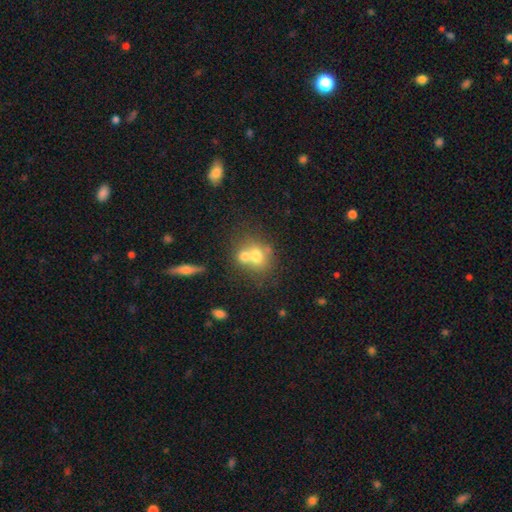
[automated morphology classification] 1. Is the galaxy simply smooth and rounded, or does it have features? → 66% smooth, 23% featured or disk, 11% star or artifact.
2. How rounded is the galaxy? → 66% round, 33% in between, 1% cigar-shaped.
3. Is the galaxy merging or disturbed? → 55% merger, 33% none, 8% minor disturbance, 4% major disturbance.